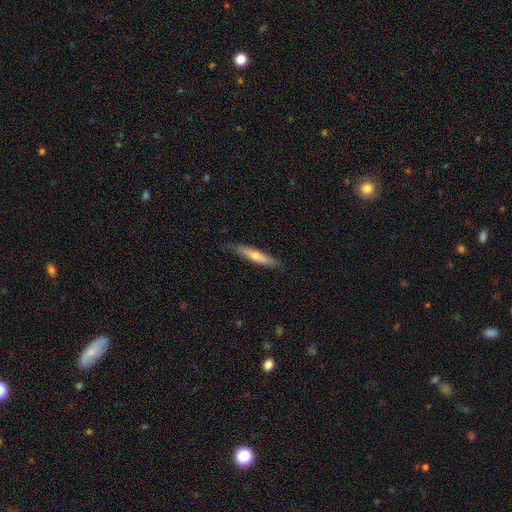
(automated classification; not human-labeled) Smooth or featured?
  - smooth: 47% * (tied)
  - featured or disk: 47% * (tied)
  - star or artifact: 6%
Merging?
  - none: 83% *
  - minor disturbance: 14%
  - major disturbance: 2%
  - merger: 1%